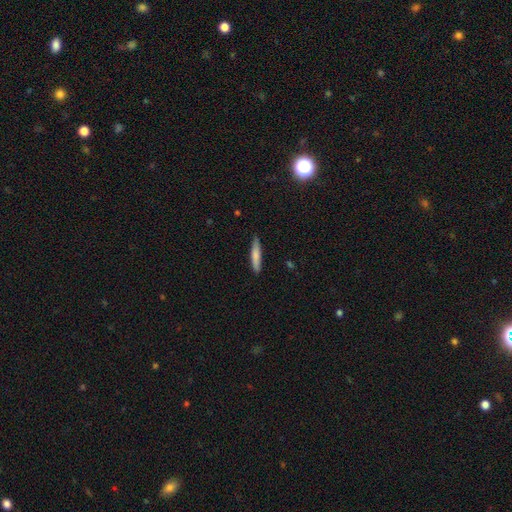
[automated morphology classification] smooth_or_featured: smooth (p=0.76) [alt: featured or disk p=0.18]
how_rounded: cigar-shaped (p=0.90) [alt: in between p=0.09]
merging: none (p=0.86) [alt: minor disturbance p=0.11]